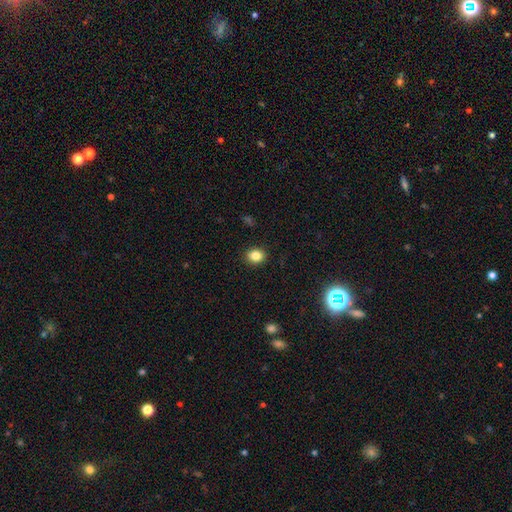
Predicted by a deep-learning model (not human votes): Smooth or featured? Predicted: smooth (p=0.84). How rounded? Predicted: round (p=0.62). Merging? Predicted: none (p=0.90).